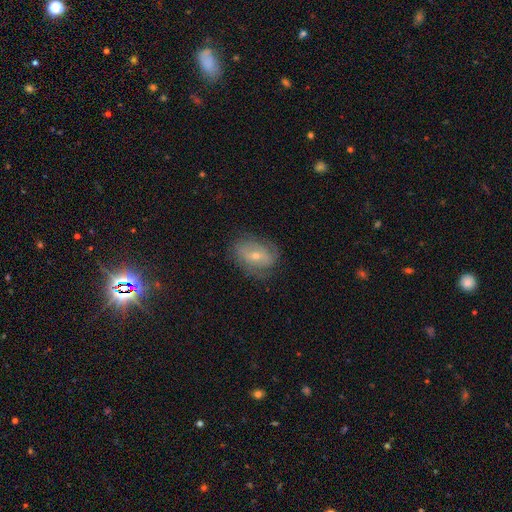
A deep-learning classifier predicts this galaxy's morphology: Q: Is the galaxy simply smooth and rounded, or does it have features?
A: featured or disk — 61%.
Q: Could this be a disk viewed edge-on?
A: no — 94%.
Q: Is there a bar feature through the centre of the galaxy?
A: no — 45%.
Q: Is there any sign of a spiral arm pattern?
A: yes — 74%.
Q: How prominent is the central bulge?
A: small — 55%.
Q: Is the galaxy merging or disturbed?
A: none — 69%.